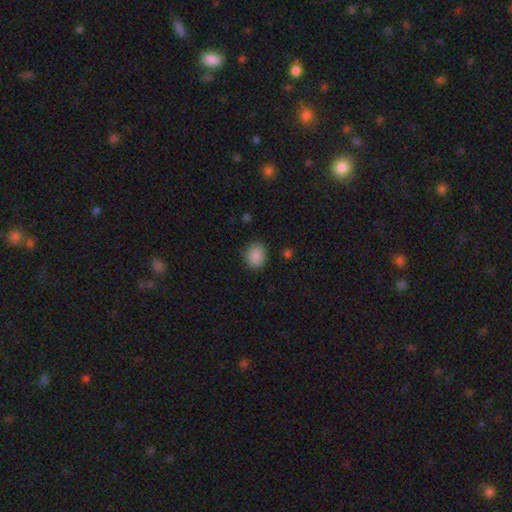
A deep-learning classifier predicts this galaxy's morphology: A smooth galaxy with no disk features (88%) that is round (59%). Merging: none (83%).